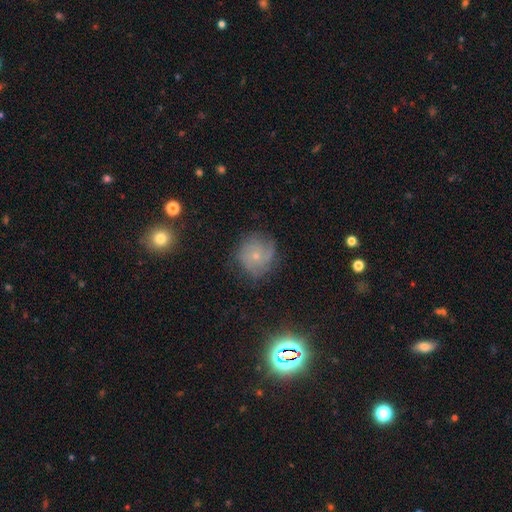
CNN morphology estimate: type=featured or disk (55%); edge-on=no (97%); bar=no (83%); spiral arms=yes (85%); bulge=small (76%); merging=none (70%).